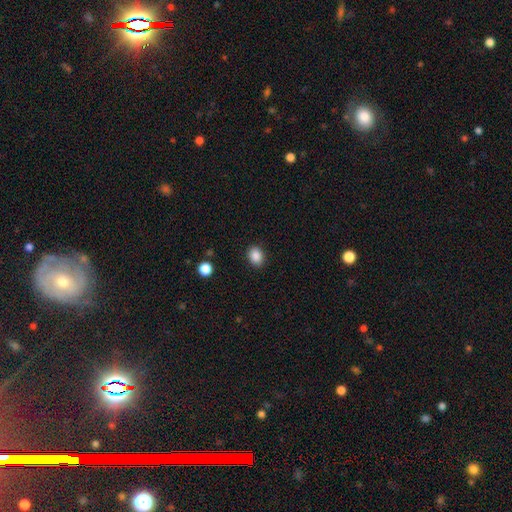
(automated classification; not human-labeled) A smooth galaxy with no disk features (88%) that is in between round and cigar-shaped (56%).

Vote fractions:
- Smooth or featured? smooth: 88% / star or artifact: 9% / featured or disk: 3%
- How rounded? in between: 56% / round: 43% / cigar-shaped: 1%
- Merging? none: 88% / minor disturbance: 8% / major disturbance: 2% / merger: 1%